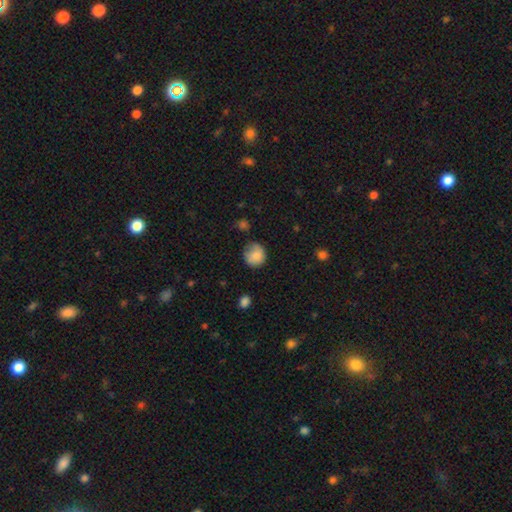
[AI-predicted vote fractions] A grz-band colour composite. It shows a smooth galaxy with no disk features (83%) that is round (81%). Merging: none (55%).